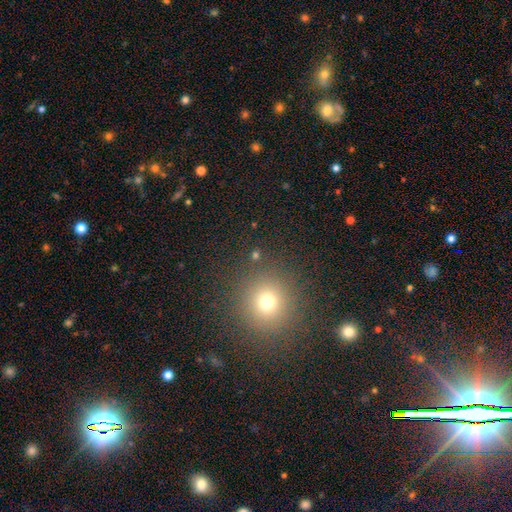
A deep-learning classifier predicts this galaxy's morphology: Q: Smooth or featured?
A: smooth (61%); runner-up: star or artifact (31%)
Q: How rounded?
A: round (90%); runner-up: in between (8%)
Q: Merging?
A: none (87%); runner-up: minor disturbance (6%)